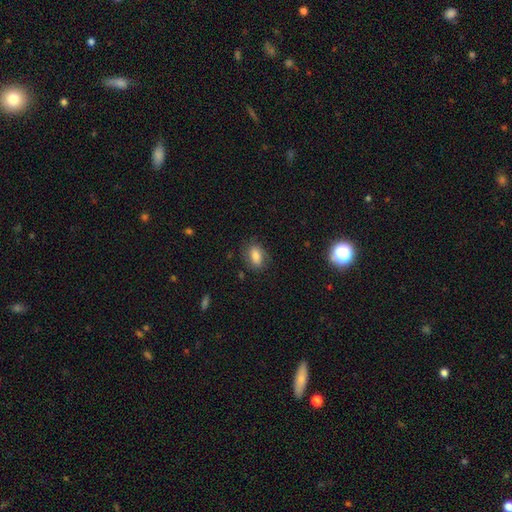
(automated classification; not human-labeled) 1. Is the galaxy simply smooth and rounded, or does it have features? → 78% smooth, 14% featured or disk, 8% star or artifact.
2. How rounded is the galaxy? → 85% in between, 11% round, 4% cigar-shaped.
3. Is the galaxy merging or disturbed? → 76% none, 17% minor disturbance, 6% major disturbance, 1% merger.